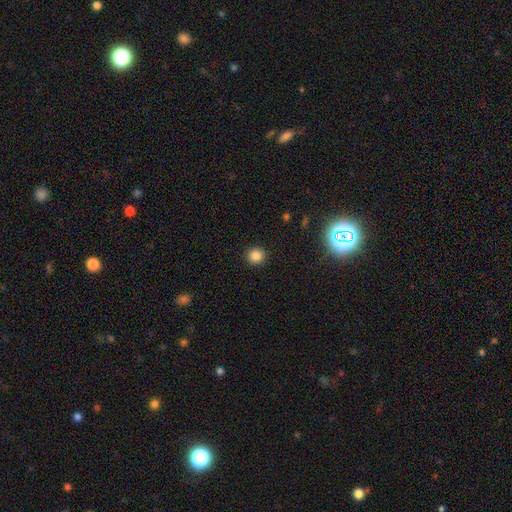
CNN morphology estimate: Q: Smooth or featured?
A: smooth (84%); runner-up: star or artifact (12%)
Q: How rounded?
A: round (92%); runner-up: in between (7%)
Q: Merging?
A: none (92%); runner-up: minor disturbance (5%)